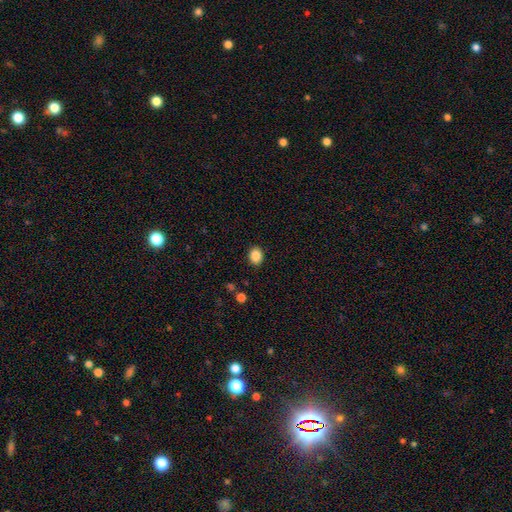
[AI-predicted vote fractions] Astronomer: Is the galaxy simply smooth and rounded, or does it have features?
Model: smooth — 87%.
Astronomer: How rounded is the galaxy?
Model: in between — 52% (runner-up: round, 47%).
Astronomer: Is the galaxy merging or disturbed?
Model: none — 89%.